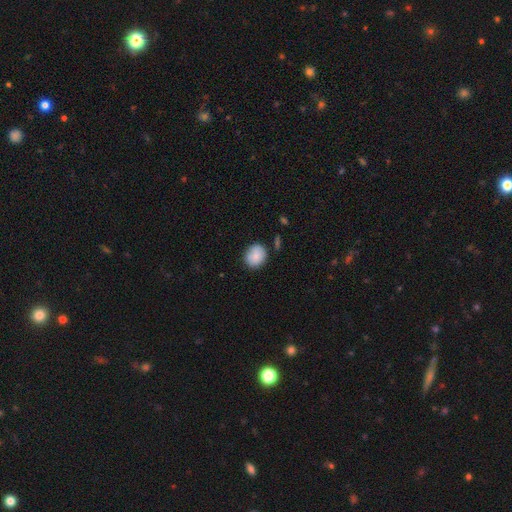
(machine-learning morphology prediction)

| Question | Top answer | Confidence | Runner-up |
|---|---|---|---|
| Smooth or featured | smooth | 86% | star or artifact (7%) |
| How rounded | round | 69% | in between (30%) |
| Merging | none | 81% | minor disturbance (14%) |